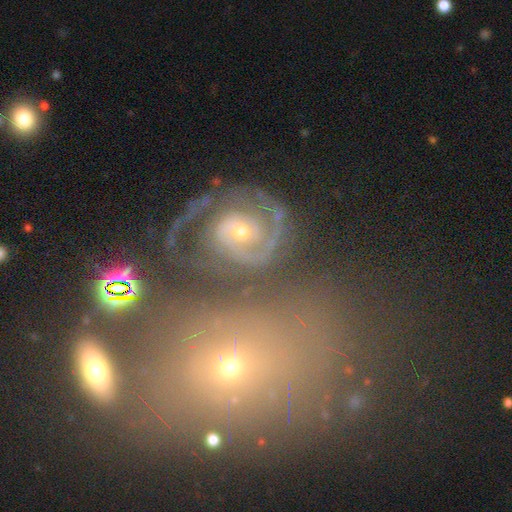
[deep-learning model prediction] This is likely a featured or disk galaxy (77%). It is clearly not viewed edge-on (97%). Bar: likely no (67%). Spiral arm pattern: clearly yes (90%). Spiral arm count: possibly 2 (60%). Spiral winding: possibly tight (59%). Central bulge: possibly small (58%). Merging: possibly none (58%).